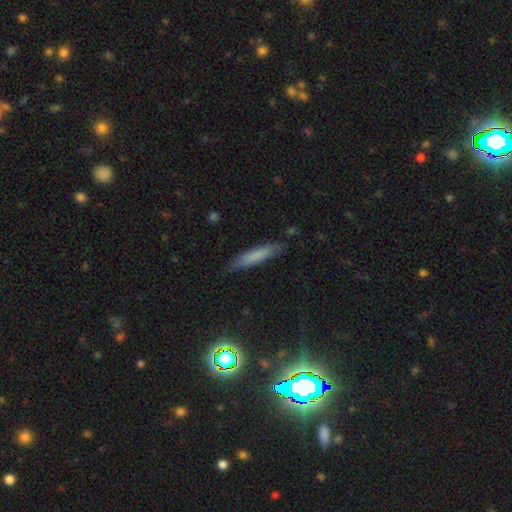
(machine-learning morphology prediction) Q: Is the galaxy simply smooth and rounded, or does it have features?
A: smooth — 74%.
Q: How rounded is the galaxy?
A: cigar-shaped — 87%.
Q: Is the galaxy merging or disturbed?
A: none — 83%.